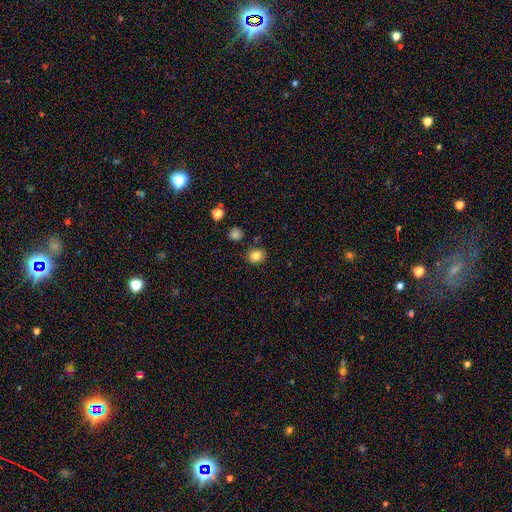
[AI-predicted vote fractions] Q: Smooth or featured?
A: smooth (82%); runner-up: star or artifact (11%)
Q: How rounded?
A: round (72%); runner-up: in between (27%)
Q: Merging?
A: none (84%); runner-up: minor disturbance (10%)